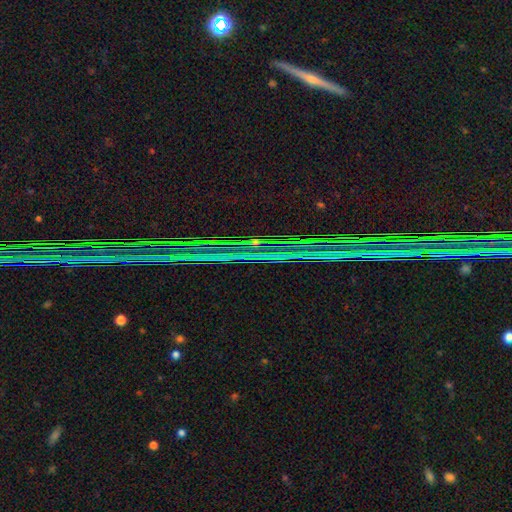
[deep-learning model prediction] A star or artifact, not a galaxy (84%).

Vote fractions:
- Smooth or featured? star or artifact: 84% / featured or disk: 9% / smooth: 7%